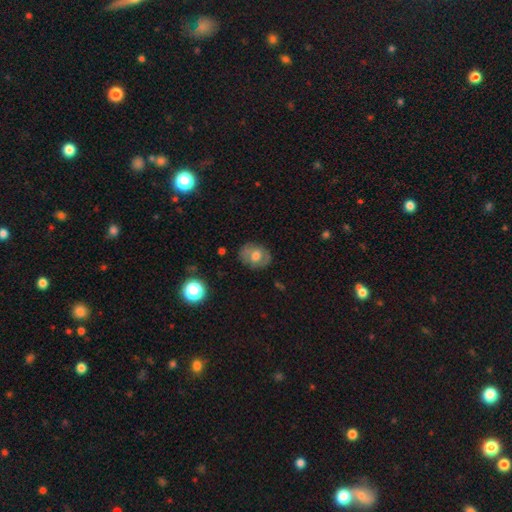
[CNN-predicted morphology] Smooth or featured? smooth (56%)
How rounded? in between (57%)
Merging? none (79%)